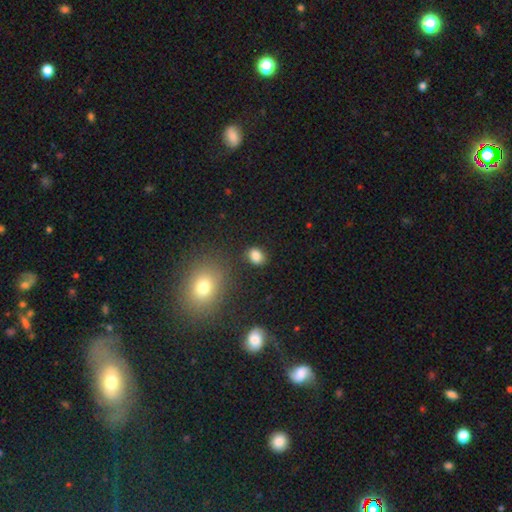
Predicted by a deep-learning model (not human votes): A smooth galaxy with no disk features (83%) that is in between round and cigar-shaped (58%). Merging: none (83%).